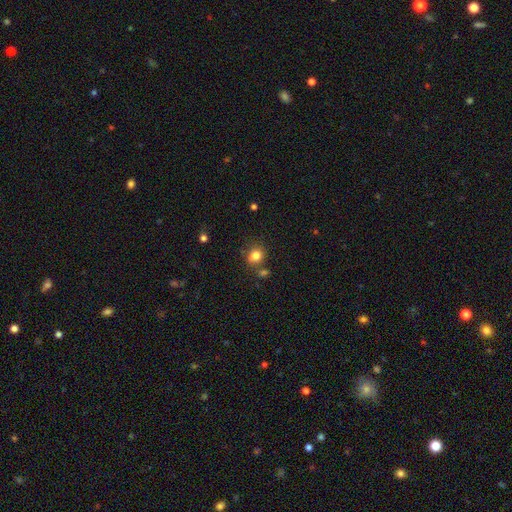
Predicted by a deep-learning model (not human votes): Q: Smooth or featured?
A: smooth (82%); runner-up: star or artifact (12%)
Q: How rounded?
A: round (74%); runner-up: in between (25%)
Q: Merging?
A: none (72%); runner-up: minor disturbance (12%)